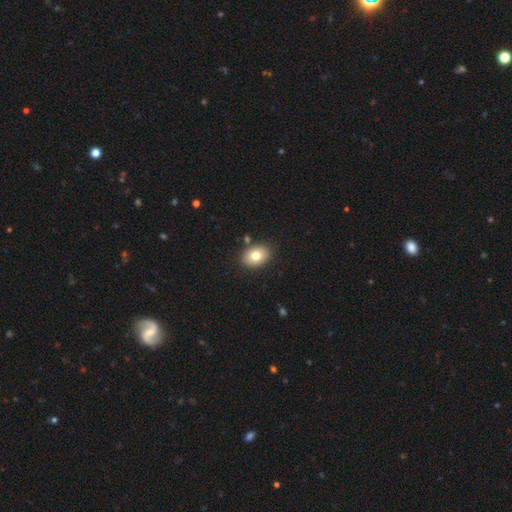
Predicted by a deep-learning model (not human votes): Smooth or featured?
  - smooth: 79% *
  - featured or disk: 13%
  - star or artifact: 8%
How rounded?
  - in between: 77% *
  - round: 22%
  - cigar-shaped: 1%
Merging?
  - none: 87% *
  - minor disturbance: 8%
  - merger: 3%
  - major disturbance: 2%